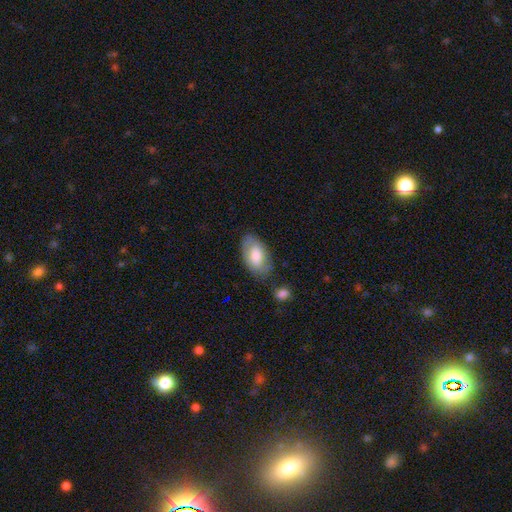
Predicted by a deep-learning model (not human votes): Smooth or featured: smooth — 73% (featured or disk — 21%)
How rounded: in between — 94% (round — 4%)
Merging: none — 69% (minor disturbance — 20%)